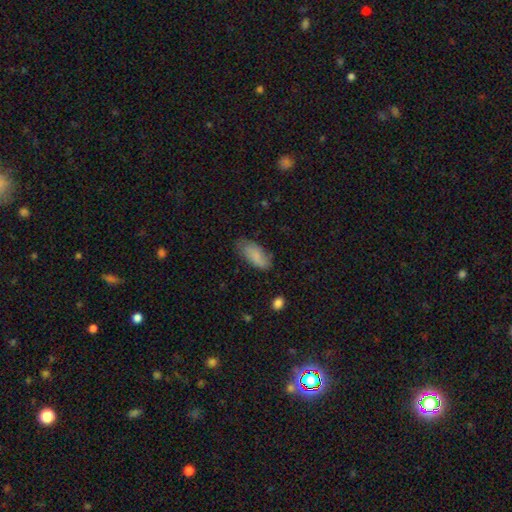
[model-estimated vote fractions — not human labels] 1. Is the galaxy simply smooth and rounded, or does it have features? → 76% smooth, 17% featured or disk, 7% star or artifact.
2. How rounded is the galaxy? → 88% in between, 10% cigar-shaped, 2% round.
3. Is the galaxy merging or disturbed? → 66% none, 26% minor disturbance, 6% major disturbance, 2% merger.